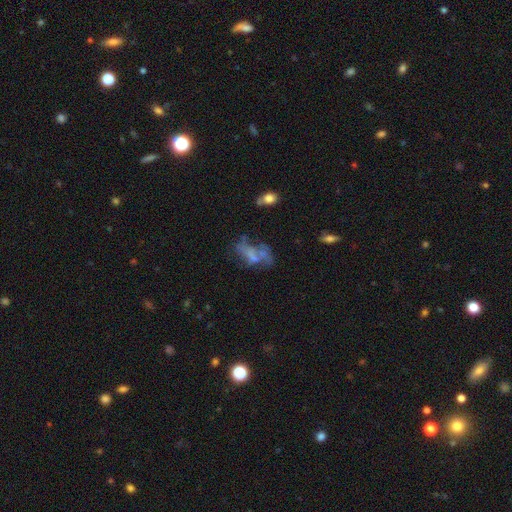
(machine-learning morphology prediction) This is possibly a featured or disk galaxy (50%). Merging: marginally none (34%).